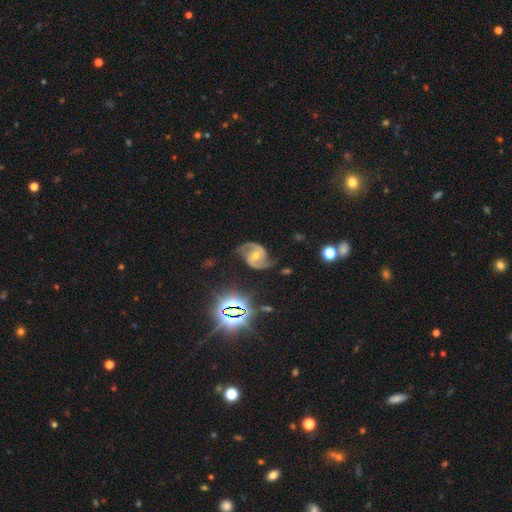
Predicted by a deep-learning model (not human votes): Q: Smooth or featured?
A: featured or disk (79%); runner-up: star or artifact (15%)
Q: Edge-on disk?
A: no (97%); runner-up: yes (3%)
Q: Bar?
A: no (57%); runner-up: weak (30%)
Q: Spiral arms?
A: yes (97%); runner-up: no (3%)
Q: Spiral winding?
A: medium (51%); runner-up: tight (32%)
Q: Spiral arm count?
A: 2 (88%); runner-up: can't tell (4%)
Q: Bulge size?
A: moderate (59%); runner-up: small (37%)
Q: Merging?
A: none (72%); runner-up: minor disturbance (18%)